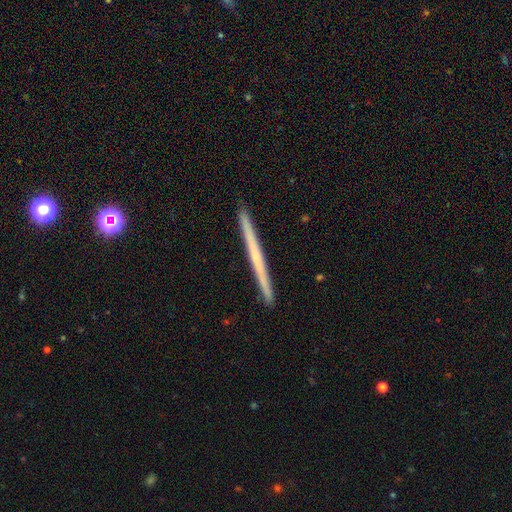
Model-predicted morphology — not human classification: This is possibly a featured or disk galaxy (54%). It is clearly viewed edge-on (98%). Edge-on bulge: clearly none (84%). Merging: clearly none (93%).